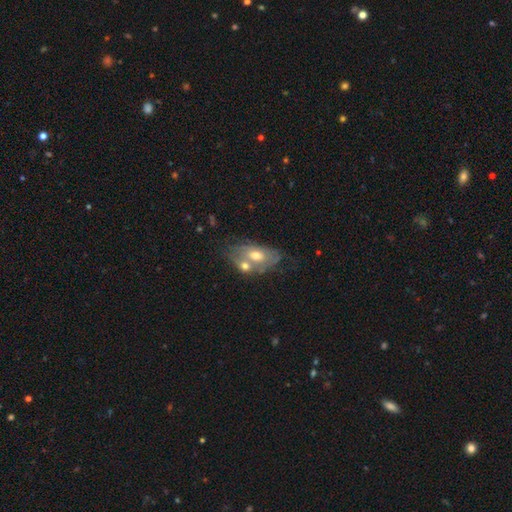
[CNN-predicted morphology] A smooth galaxy with no disk features (46%). Merging: merger (38%).